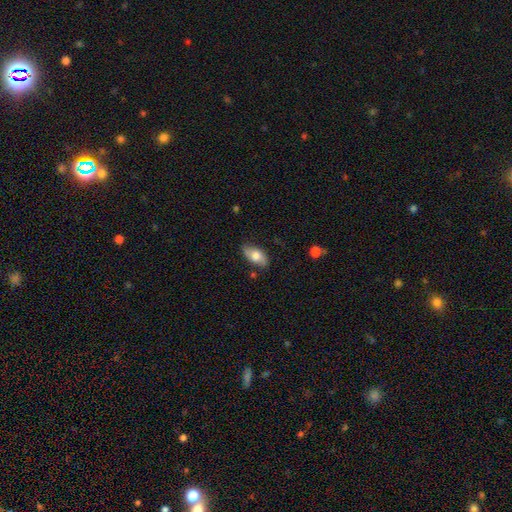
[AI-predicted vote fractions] Smooth or featured? smooth (72%)
How rounded? in between (92%)
Merging? none (78%)